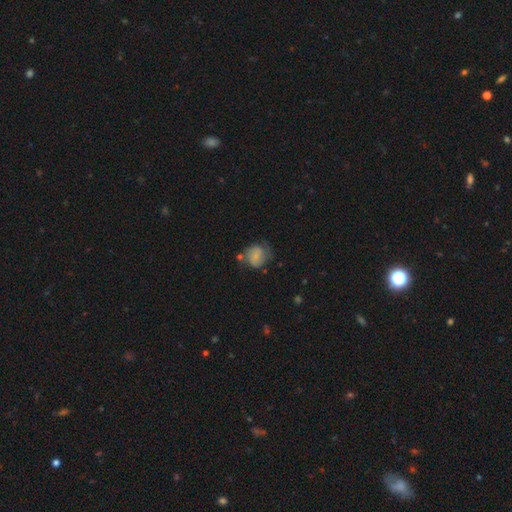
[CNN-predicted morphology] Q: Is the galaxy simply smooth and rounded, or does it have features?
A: smooth — 49%.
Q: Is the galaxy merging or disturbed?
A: none — 49%.